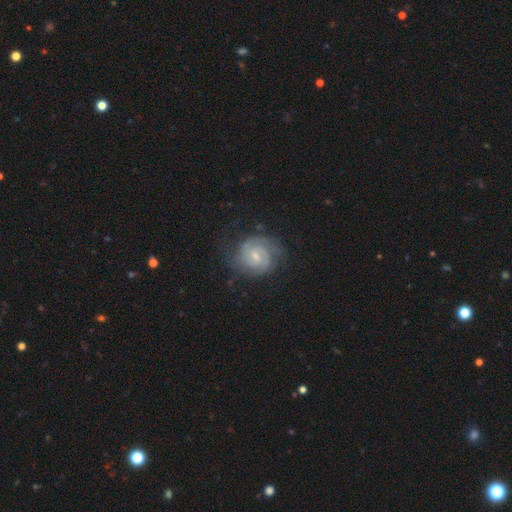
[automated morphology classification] Smooth or featured? Predicted: featured or disk (p=0.84). Edge-on disk? Predicted: no (p=0.98). Bar? Predicted: weak (p=0.52). Spiral arms? Predicted: yes (p=0.97). Spiral winding? Predicted: tight (p=0.69). Spiral arm count? Predicted: 2 (p=0.64). Bulge size? Predicted: small (p=0.61). Merging? Predicted: none (p=0.74).